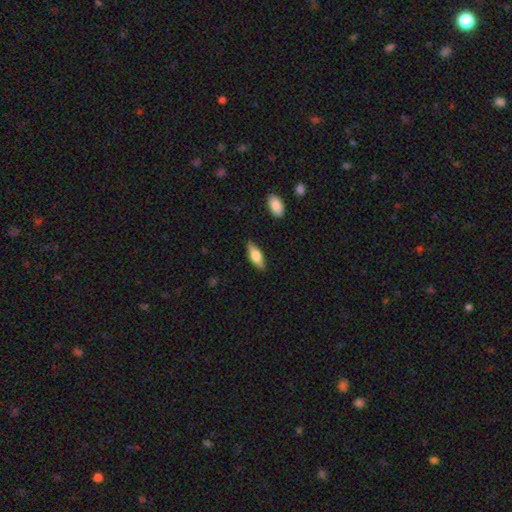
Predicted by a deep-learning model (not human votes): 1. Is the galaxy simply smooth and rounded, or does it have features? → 67% smooth, 26% featured or disk, 6% star or artifact.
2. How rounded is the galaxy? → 71% in between, 26% cigar-shaped, 3% round.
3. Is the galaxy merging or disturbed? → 85% none, 11% minor disturbance, 2% major disturbance, 2% merger.